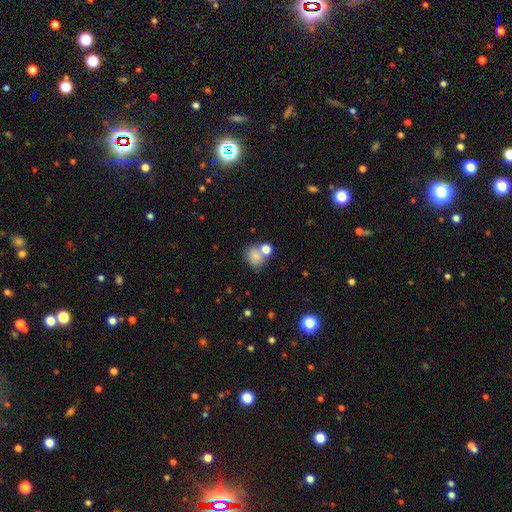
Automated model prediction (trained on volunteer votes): Smooth or featured? smooth (79%)
How rounded? round (59%)
Merging? none (44%)